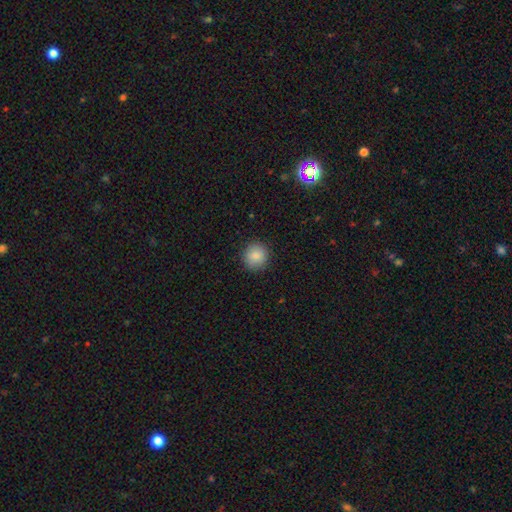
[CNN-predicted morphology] smooth 87%, star or artifact 9%, featured or disk 5%. Down the decision tree: how rounded — round (93%); merging — none (90%).